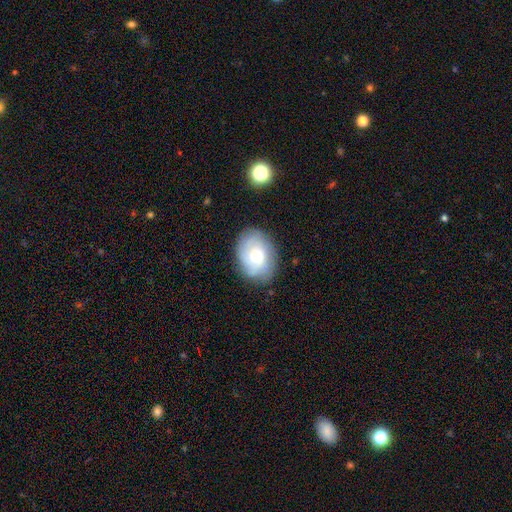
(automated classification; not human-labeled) smooth_or_featured: featured or disk (p=0.49) [alt: smooth p=0.43]
merging: none (p=0.74) [alt: minor disturbance p=0.19]